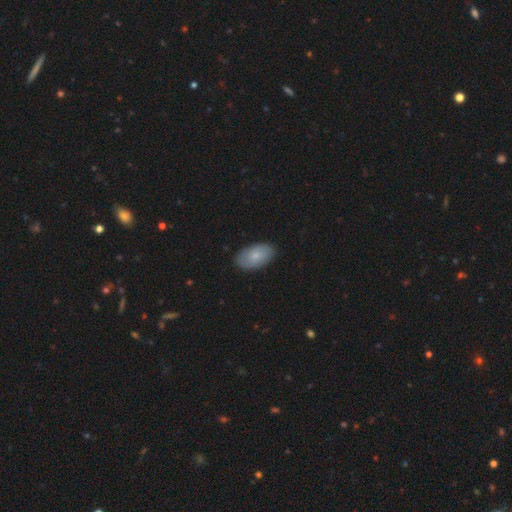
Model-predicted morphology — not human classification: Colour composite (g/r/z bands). It shows a smooth galaxy with no disk features (72%) that is in between round and cigar-shaped (94%). Merging: none (86%).